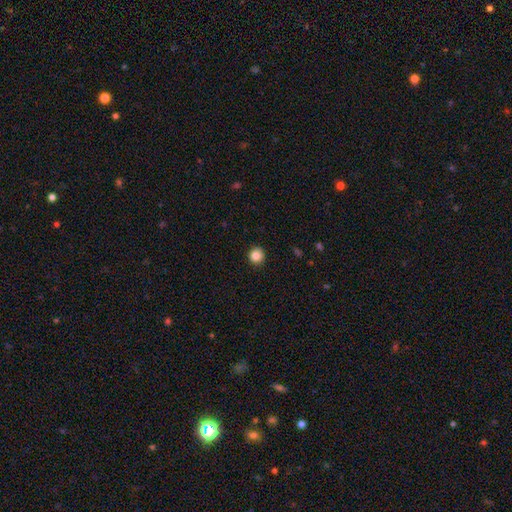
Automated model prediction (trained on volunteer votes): smooth-or-featured: smooth: 85% | star or artifact: 10% | featured or disk: 5%
  how-rounded: round: 93% | in between: 6% | cigar-shaped: 1%
  merging: none: 92% | minor disturbance: 5% | major disturbance: 2% | merger: 1%